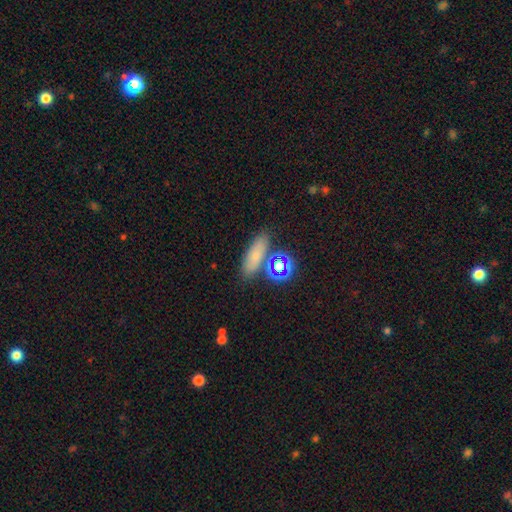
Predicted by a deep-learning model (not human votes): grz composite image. It shows a smooth galaxy with no disk features (65%) that is in between round and cigar-shaped (59%). Merging: none (73%).